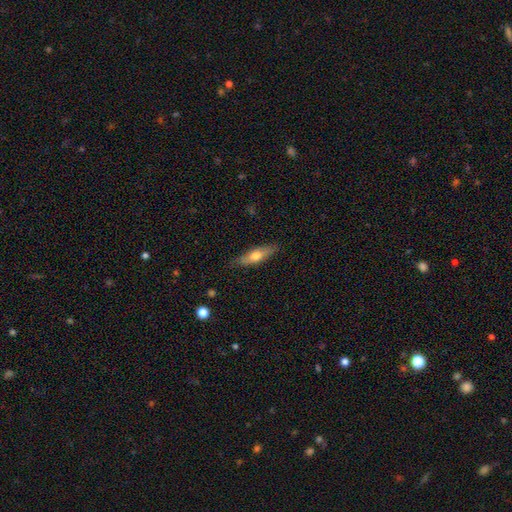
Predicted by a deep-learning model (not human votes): This is possibly a smooth galaxy (58%). How rounded: possibly cigar-shaped (57%). Merging: clearly none (82%).